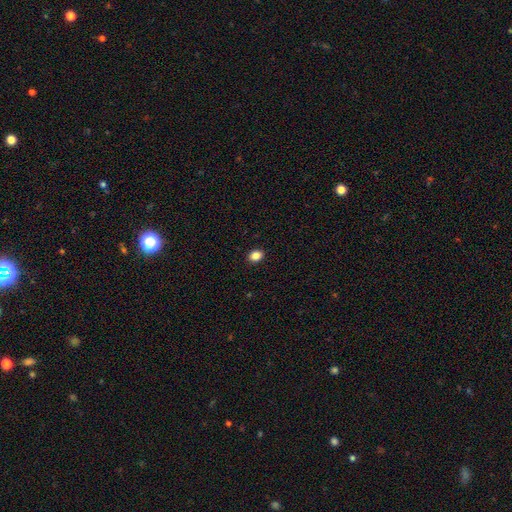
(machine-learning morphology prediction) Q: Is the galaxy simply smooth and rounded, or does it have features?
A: smooth — 86%.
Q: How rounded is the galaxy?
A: in between — 60%.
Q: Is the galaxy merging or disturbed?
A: none — 92%.